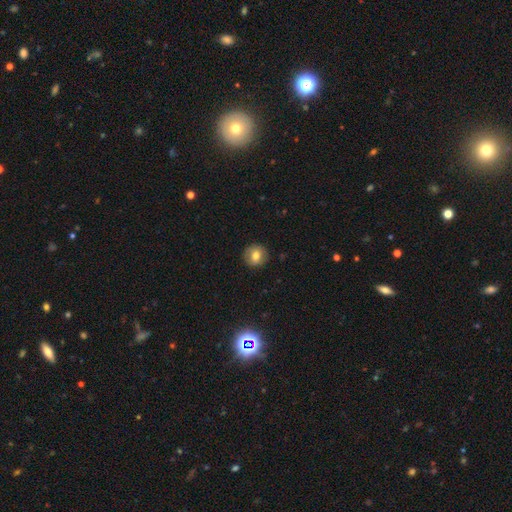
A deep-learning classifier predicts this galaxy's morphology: Smooth or featured? Predicted: smooth (p=0.74). How rounded? Predicted: round (p=0.90). Merging? Predicted: none (p=0.89).